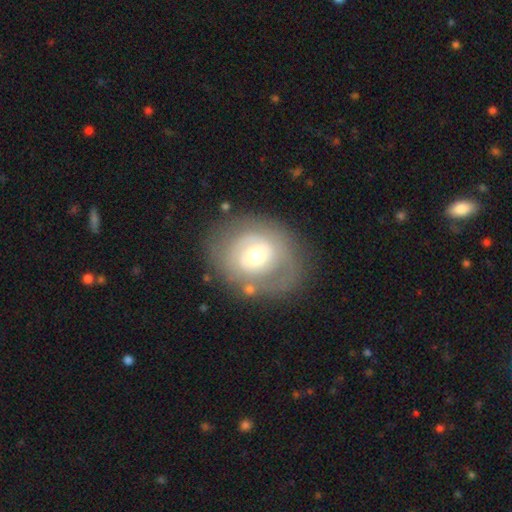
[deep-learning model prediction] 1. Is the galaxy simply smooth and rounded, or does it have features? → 57% featured or disk, 35% smooth, 8% star or artifact.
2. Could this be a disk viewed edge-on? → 96% no, 4% yes.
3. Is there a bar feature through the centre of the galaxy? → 62% no, 29% weak, 10% strong.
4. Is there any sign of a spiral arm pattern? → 54% no, 46% yes.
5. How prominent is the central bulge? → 63% moderate, 26% small, 9% large, 1% dominant, 1% none.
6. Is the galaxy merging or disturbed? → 70% none, 16% minor disturbance, 9% major disturbance, 4% merger.